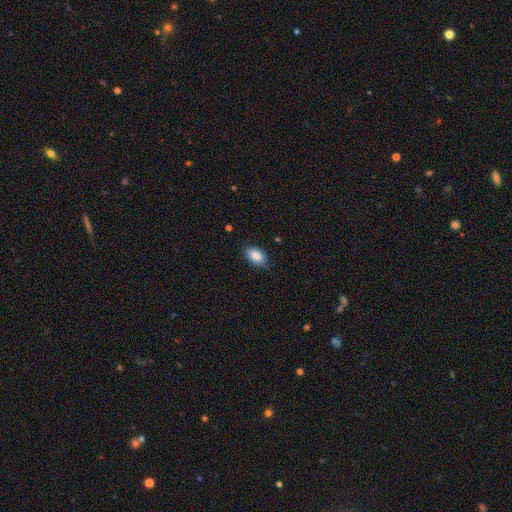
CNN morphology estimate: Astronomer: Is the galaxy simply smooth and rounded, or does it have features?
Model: smooth — 86%.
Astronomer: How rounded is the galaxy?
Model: in between — 91%.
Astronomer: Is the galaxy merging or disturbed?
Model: none — 81%.